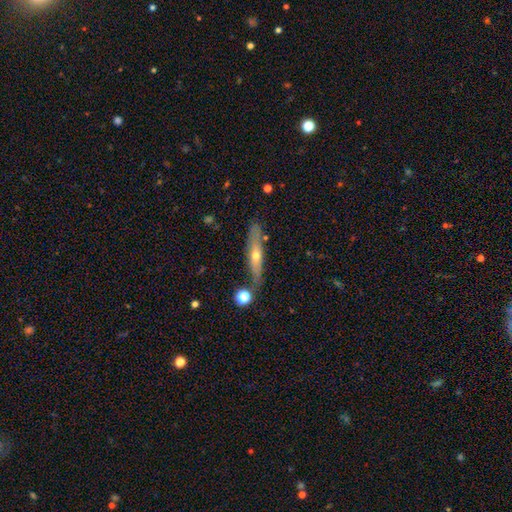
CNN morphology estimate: Smooth or featured?
  - featured or disk: 60% *
  - smooth: 33%
  - star or artifact: 8%
Edge-on disk?
  - yes: 77% *
  - no: 23%
Merging?
  - none: 76% *
  - minor disturbance: 15%
  - merger: 5%
  - major disturbance: 4%